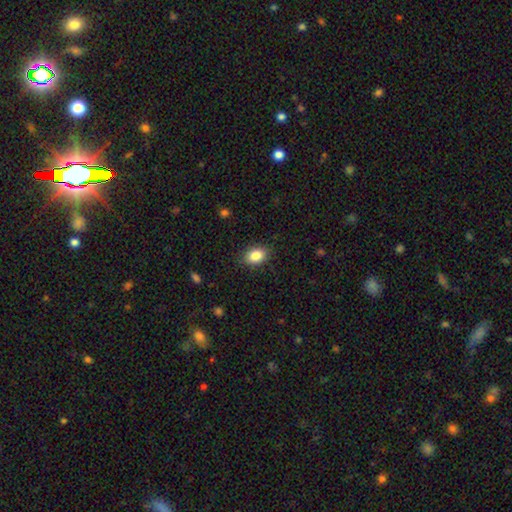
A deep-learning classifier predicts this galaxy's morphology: This is clearly a smooth galaxy (86%). How rounded: likely in between (77%). Merging: clearly none (86%).